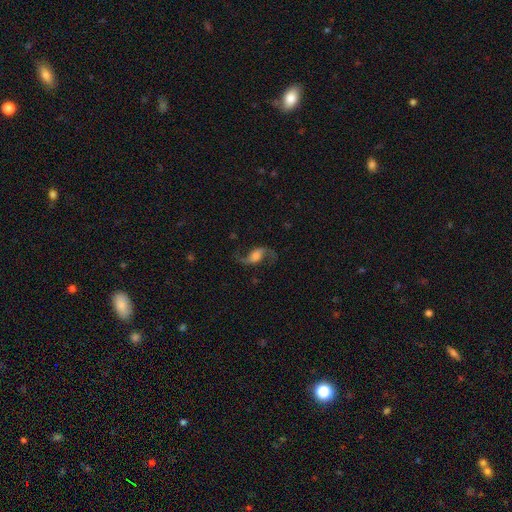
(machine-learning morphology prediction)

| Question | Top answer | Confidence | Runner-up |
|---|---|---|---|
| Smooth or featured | featured or disk | 83% | smooth (10%) |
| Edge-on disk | no | 95% | yes (5%) |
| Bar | no | 43% | weak (40%) |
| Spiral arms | yes | 96% | no (4%) |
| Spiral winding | loose | 81% | medium (16%) |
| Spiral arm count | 2 | 94% | 1 (2%) |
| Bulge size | large | 30% | moderate (28%) |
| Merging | none | 76% | minor disturbance (13%) |